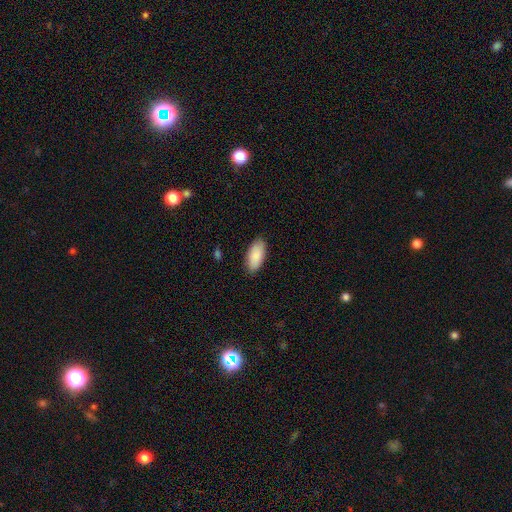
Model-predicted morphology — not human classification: Q: Smooth or featured?
A: smooth (88%); runner-up: featured or disk (7%)
Q: How rounded?
A: in between (92%); runner-up: cigar-shaped (6%)
Q: Merging?
A: none (86%); runner-up: minor disturbance (11%)